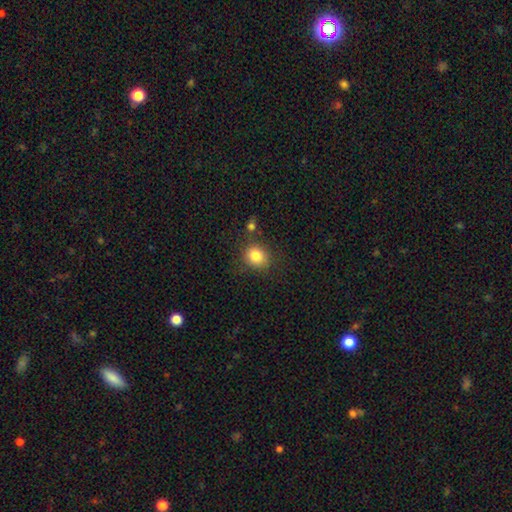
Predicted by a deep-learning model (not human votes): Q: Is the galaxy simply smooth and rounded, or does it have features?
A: smooth — 83%.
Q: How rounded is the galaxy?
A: round — 80%.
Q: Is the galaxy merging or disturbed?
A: none — 77%.